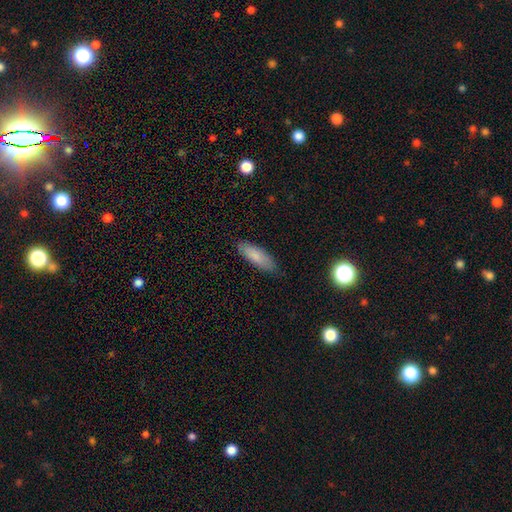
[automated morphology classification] A smooth galaxy with no disk features (84%) that is in between round and cigar-shaped (52%).

Vote fractions:
- Smooth or featured? smooth: 84% / featured or disk: 9% / star or artifact: 7%
- How rounded? in between: 52% / cigar-shaped: 46% / round: 2%
- Merging? none: 85% / minor disturbance: 12% / major disturbance: 2% / merger: 1%